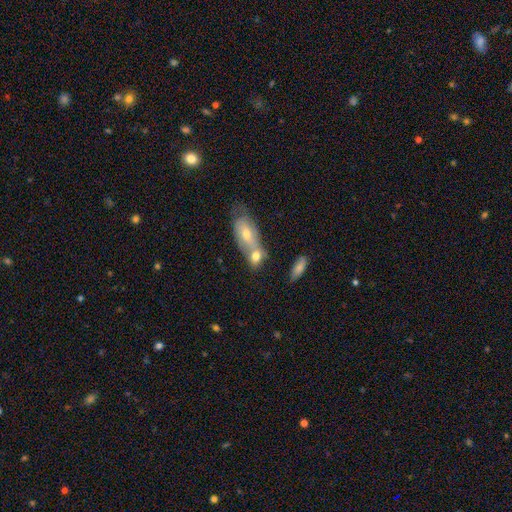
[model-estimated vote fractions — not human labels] smooth_or_featured: smooth (p=0.70) [alt: featured or disk p=0.22]
how_rounded: in between (p=0.69) [alt: round p=0.22]
merging: merger (p=0.57) [alt: none p=0.29]